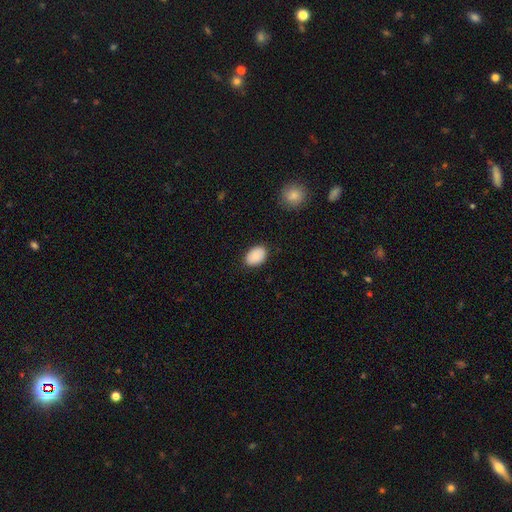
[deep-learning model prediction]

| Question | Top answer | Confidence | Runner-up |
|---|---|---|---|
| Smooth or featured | smooth | 88% | star or artifact (7%) |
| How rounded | in between | 84% | round (15%) |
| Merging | none | 86% | minor disturbance (11%) |